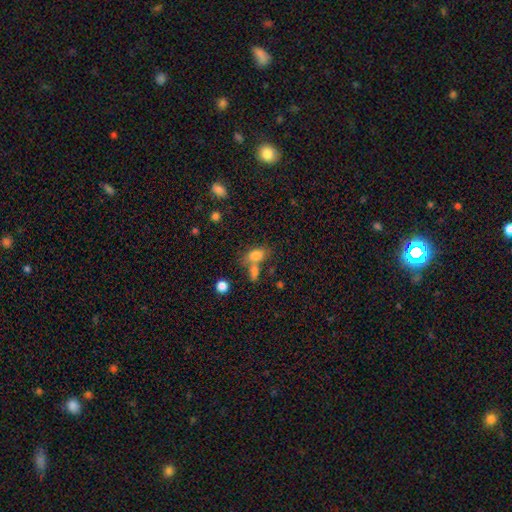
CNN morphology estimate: type=smooth (78%); roundness=in between (82%); merging=none (43%).